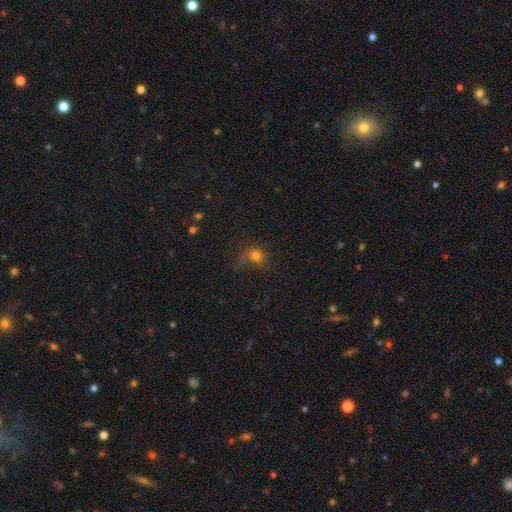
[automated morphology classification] Smooth or featured: smooth — 72% (star or artifact — 19%)
How rounded: round — 73% (in between — 25%)
Merging: none — 59% (minor disturbance — 23%)